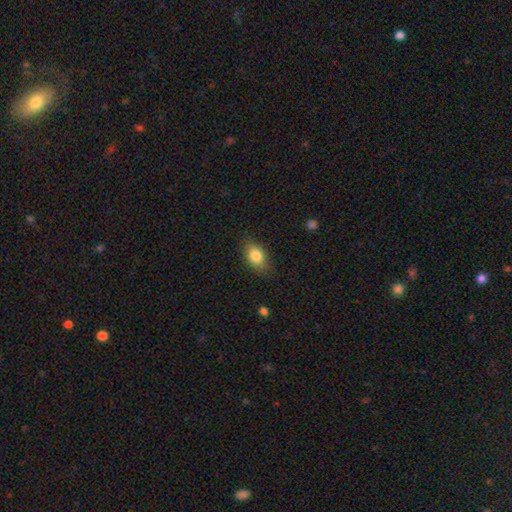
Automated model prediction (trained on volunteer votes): A smooth galaxy with no disk features (83%) that is in between round and cigar-shaped (80%). Merging: none (81%).